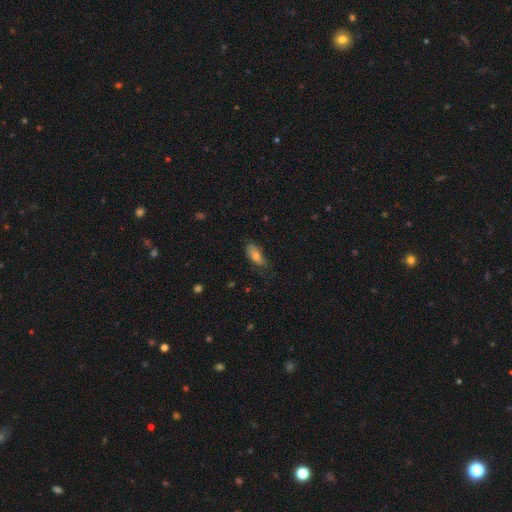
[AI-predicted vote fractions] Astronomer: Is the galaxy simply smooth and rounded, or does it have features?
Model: smooth — 71%.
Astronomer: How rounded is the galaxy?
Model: in between — 77%.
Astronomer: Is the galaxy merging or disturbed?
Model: none — 68%.